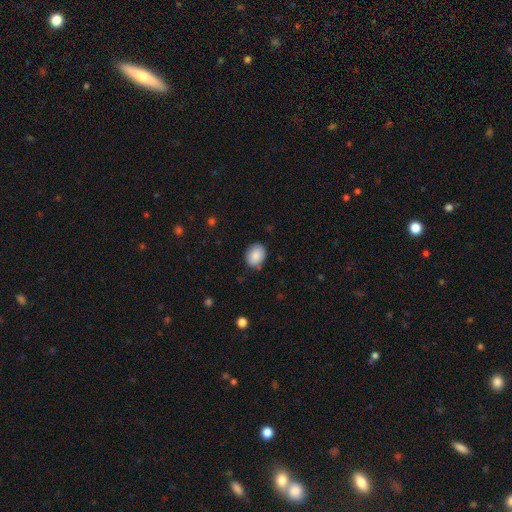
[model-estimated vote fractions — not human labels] Overall: smooth (88%). How rounded: in between (55%; round 44%). Merging: none (83%).